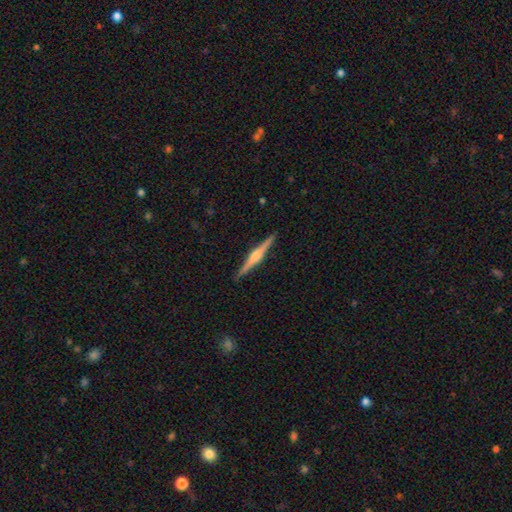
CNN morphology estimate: Smooth or featured? Predicted: featured or disk (p=0.79). Edge-on disk? Predicted: yes (p=0.99). Edge-on bulge? Predicted: rounded (p=0.74). Merging? Predicted: none (p=0.92).